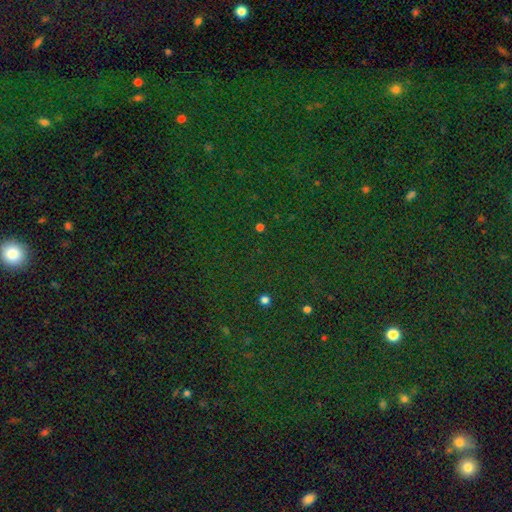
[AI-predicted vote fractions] This appears to be a star or artifact, not a galaxy (80%).